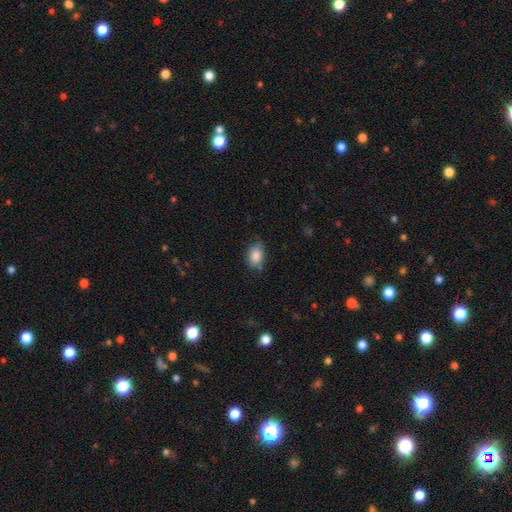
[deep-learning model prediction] This appears to be a smooth galaxy with no disk features (86%) that is in between round and cigar-shaped (84%). Merging: none (74%).